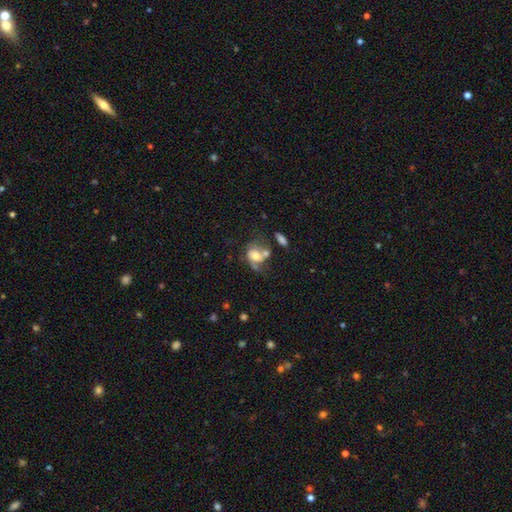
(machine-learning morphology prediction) Overall: smooth (46%; featured or disk 45%). Merging: merger (34%; none 26%).